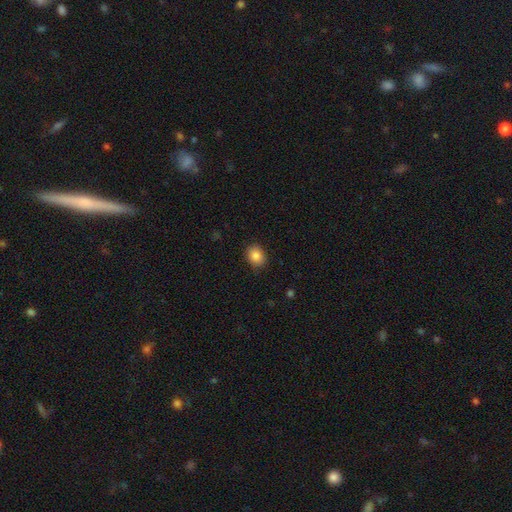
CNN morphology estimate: A smooth galaxy with no disk features (86%) that is in between round and cigar-shaped (53%).

Vote fractions:
- Smooth or featured? smooth: 86% / star or artifact: 9% / featured or disk: 6%
- How rounded? in between: 53% / round: 46% / cigar-shaped: 1%
- Merging? none: 86% / minor disturbance: 11% / major disturbance: 2% / merger: 1%